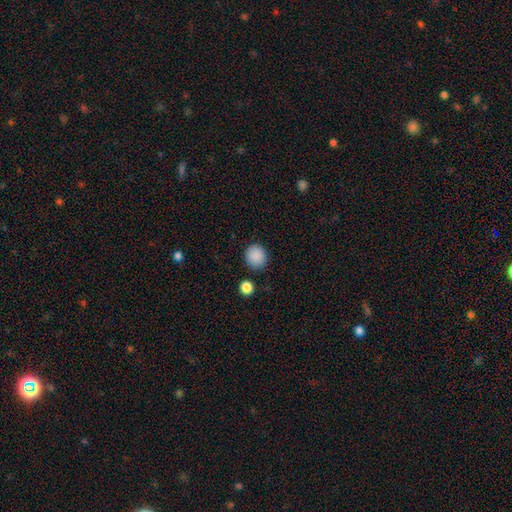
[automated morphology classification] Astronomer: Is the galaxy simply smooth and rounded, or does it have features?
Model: smooth — 89%.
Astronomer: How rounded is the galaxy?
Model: round — 88%.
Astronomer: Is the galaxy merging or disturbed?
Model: none — 87%.